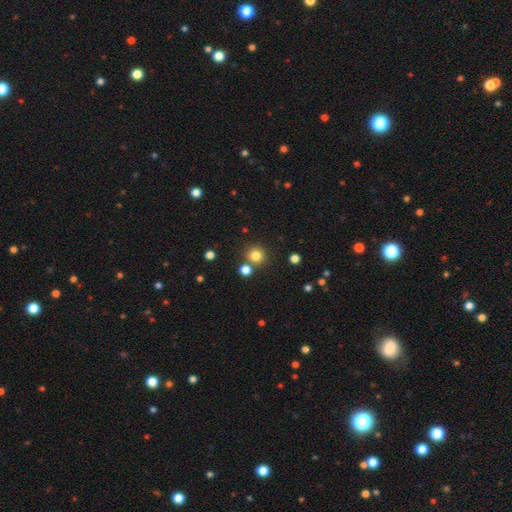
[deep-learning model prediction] smooth 80%, star or artifact 14%, featured or disk 6%. Down the decision tree: how rounded — round (89%); merging — none (76%).